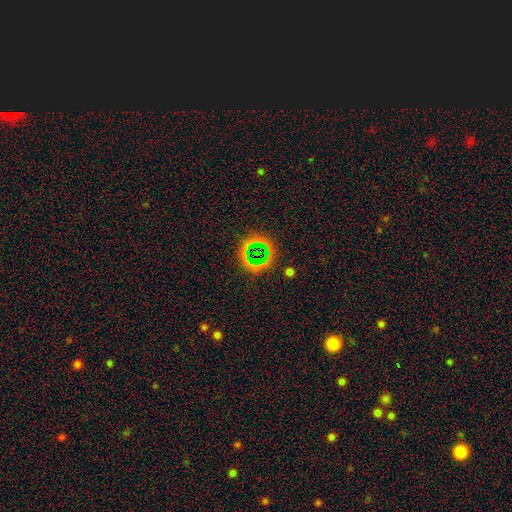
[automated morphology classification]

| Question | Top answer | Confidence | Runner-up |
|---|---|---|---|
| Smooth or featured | star or artifact | 62% | smooth (25%) |